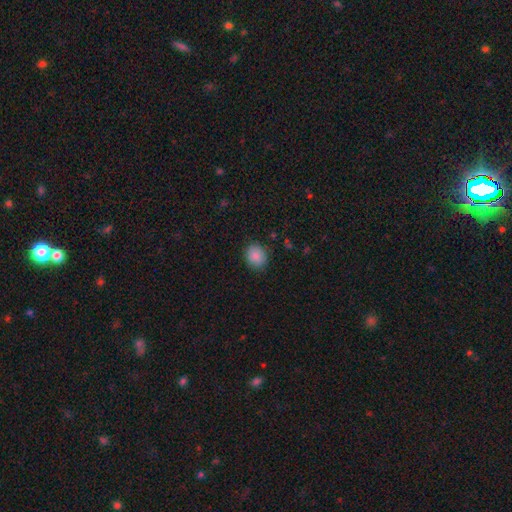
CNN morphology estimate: Smooth or featured? smooth (88%)
How rounded? round (68%)
Merging? none (87%)